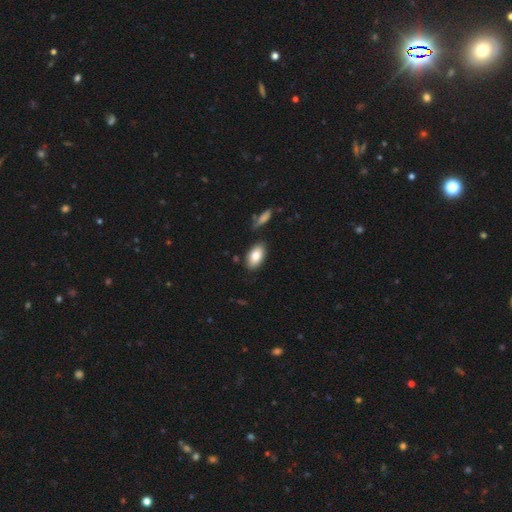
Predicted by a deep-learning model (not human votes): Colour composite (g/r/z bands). It shows a smooth galaxy with no disk features (80%) that is in between round and cigar-shaped (94%). Merging: none (81%).